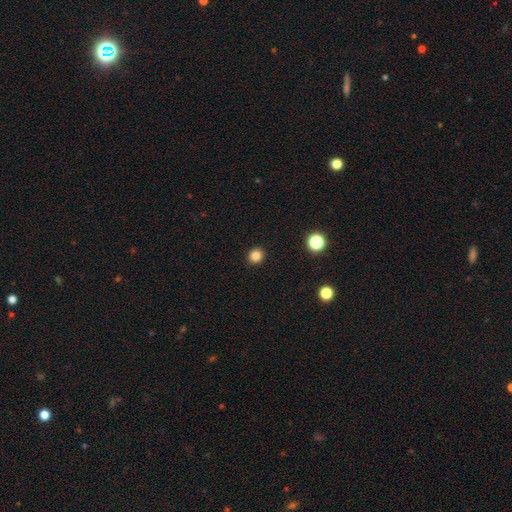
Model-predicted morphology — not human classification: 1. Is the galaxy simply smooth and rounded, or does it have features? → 83% smooth, 13% star or artifact, 4% featured or disk.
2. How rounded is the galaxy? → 88% round, 11% in between, 1% cigar-shaped.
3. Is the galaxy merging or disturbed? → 93% none, 5% minor disturbance, 2% major disturbance, 1% merger.